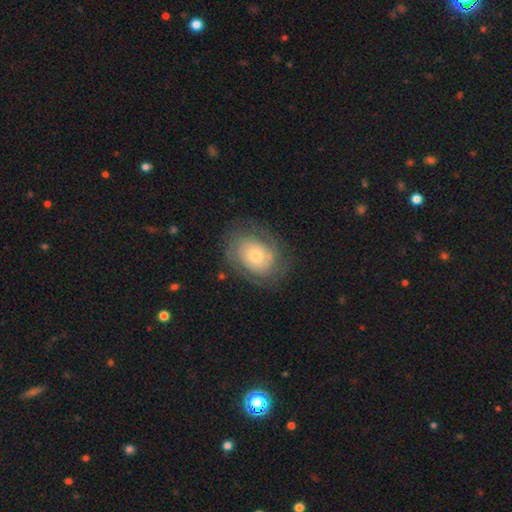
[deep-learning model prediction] A featured or disk galaxy (64%) with no bar (81%), spiral arms (80%) and a moderate central bulge (50%). Merging: none (72%).